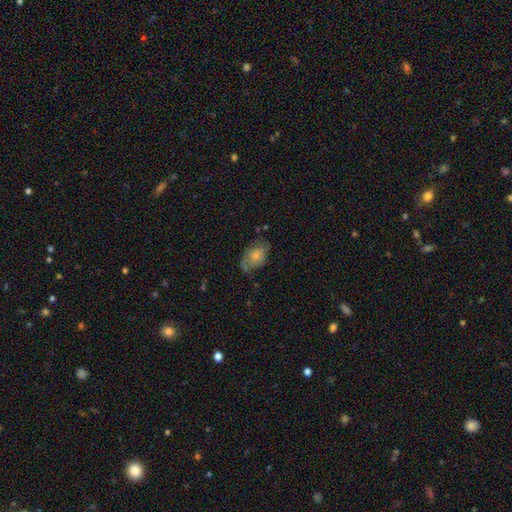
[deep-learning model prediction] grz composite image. It shows a smooth galaxy with no disk features (62%) that is in between round and cigar-shaped (85%). Merging: none (53%).